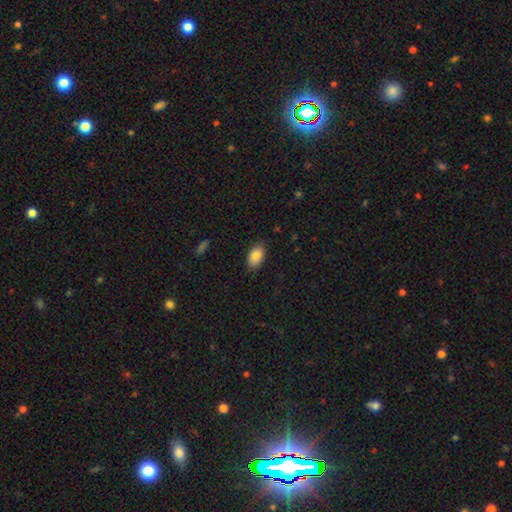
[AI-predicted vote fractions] Smooth or featured? Predicted: smooth (p=0.88). How rounded? Predicted: in between (p=0.92). Merging? Predicted: none (p=0.85).